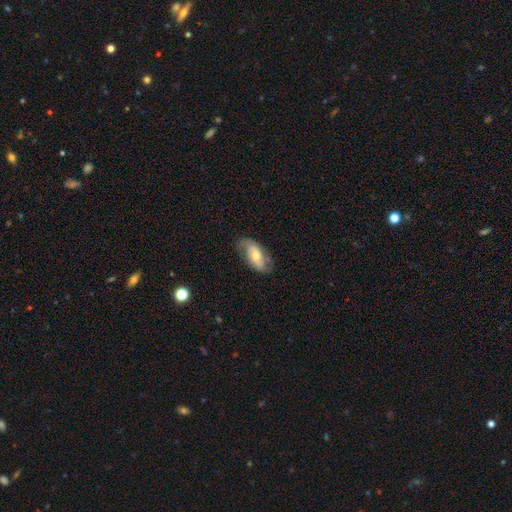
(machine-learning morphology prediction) A featured or disk galaxy (58%) with no bar (60%), spiral arms (72%) and a moderate central bulge (61%).

Vote fractions:
- Smooth or featured? featured or disk: 58% / smooth: 36% / star or artifact: 6%
- Edge-on disk? no: 91% / yes: 9%
- Bar? no: 60% / weak: 29% / strong: 11%
- Spiral arms? yes: 72% / no: 28%
- Bulge size? moderate: 61% / small: 32% / large: 4% / none: 1% / dominant: 1%
- Merging? none: 69% / minor disturbance: 22% / major disturbance: 8% / merger: 1%